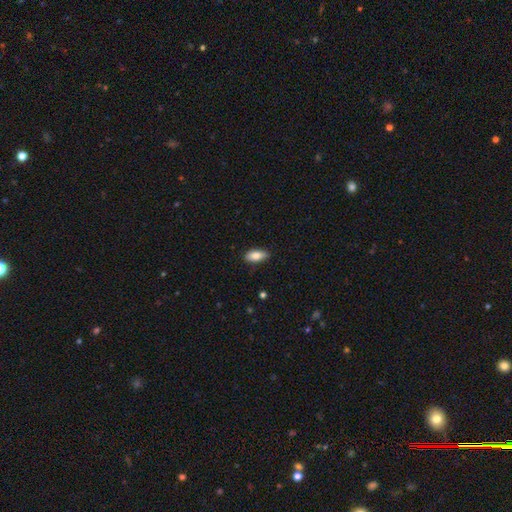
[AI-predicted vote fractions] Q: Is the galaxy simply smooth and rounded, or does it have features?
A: smooth — 83%.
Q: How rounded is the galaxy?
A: in between — 87%.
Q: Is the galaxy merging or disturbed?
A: none — 85%.